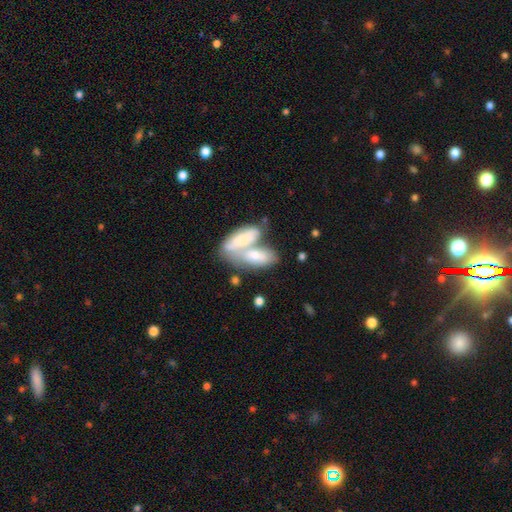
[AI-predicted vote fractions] smooth_or_featured: smooth (p=0.69) [alt: featured or disk p=0.26]
how_rounded: in between (p=0.81) [alt: cigar-shaped p=0.15]
merging: merger (p=0.66) [alt: none p=0.20]